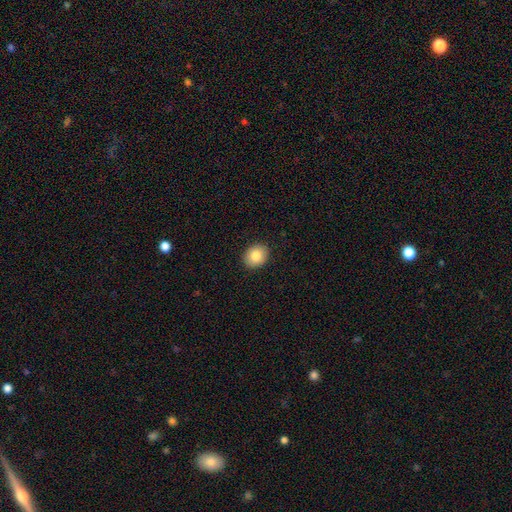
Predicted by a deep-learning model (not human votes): Smooth or featured? Predicted: smooth (p=0.84). How rounded? Predicted: in between (p=0.52). Merging? Predicted: none (p=0.90).